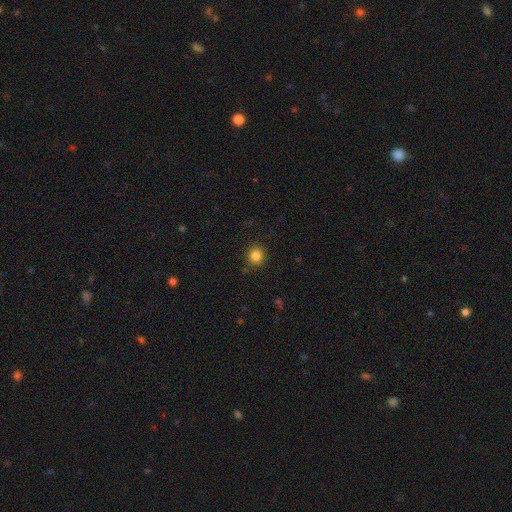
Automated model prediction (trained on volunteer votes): smooth 85%, star or artifact 11%, featured or disk 4%. Down the decision tree: how rounded — round (88%); merging — none (88%).